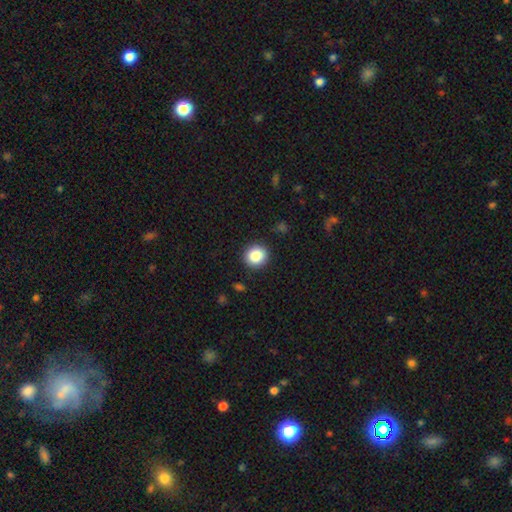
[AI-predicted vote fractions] smooth-or-featured: smooth: 86% | star or artifact: 9% | featured or disk: 5%
  how-rounded: round: 90% | in between: 9% | cigar-shaped: 1%
  merging: none: 90% | minor disturbance: 6% | major disturbance: 2% | merger: 1%